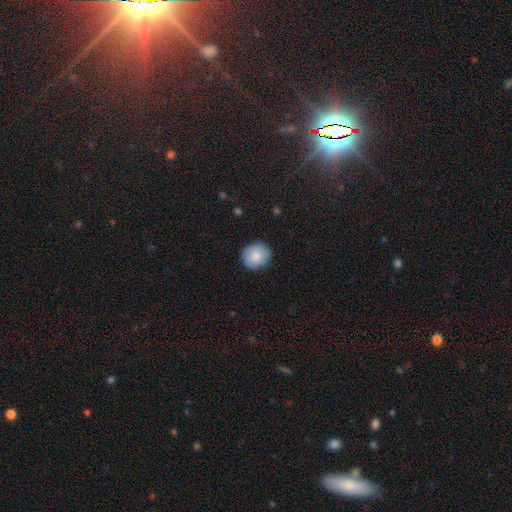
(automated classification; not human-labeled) Smooth or featured?
  - smooth: 85% *
  - featured or disk: 8%
  - star or artifact: 7%
How rounded?
  - round: 87% *
  - in between: 12%
  - cigar-shaped: 1%
Merging?
  - none: 87% *
  - minor disturbance: 10%
  - major disturbance: 2%
  - merger: 1%